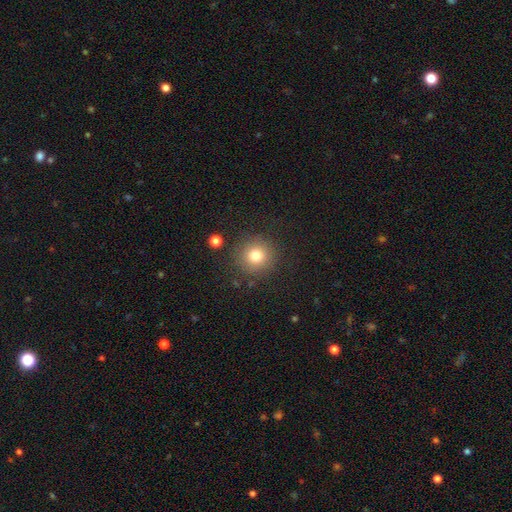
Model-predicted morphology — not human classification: Smooth or featured? Predicted: smooth (p=0.78). How rounded? Predicted: round (p=0.94). Merging? Predicted: none (p=0.87).